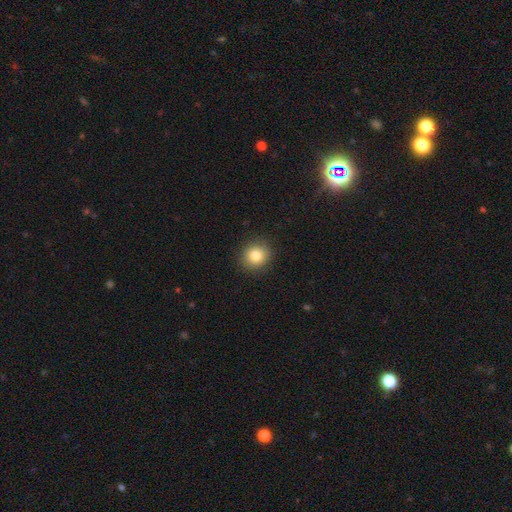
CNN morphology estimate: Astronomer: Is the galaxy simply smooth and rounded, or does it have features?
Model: smooth — 83%.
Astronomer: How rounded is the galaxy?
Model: round — 81%.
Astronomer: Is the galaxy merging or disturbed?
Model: none — 90%.